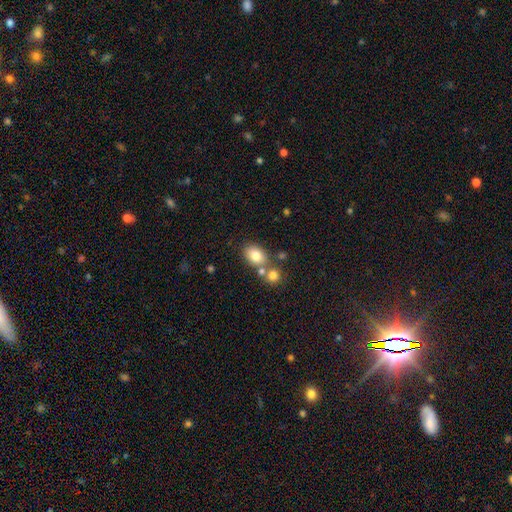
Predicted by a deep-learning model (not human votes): Morphology: type=smooth (80%); roundness=in between (73%); merging=none (60%).